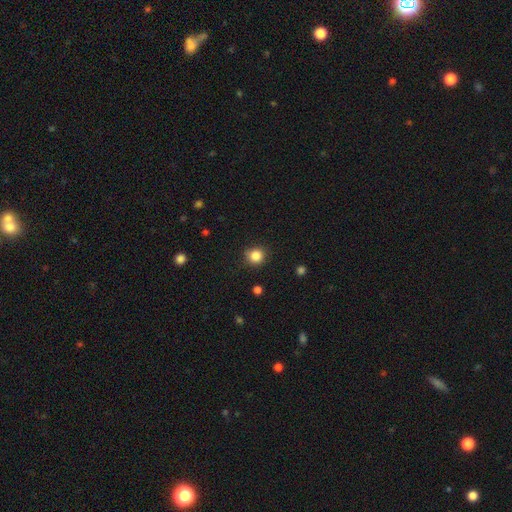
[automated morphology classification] Smooth or featured: smooth — 85% (star or artifact — 11%)
How rounded: round — 90% (in between — 9%)
Merging: none — 86% (minor disturbance — 10%)